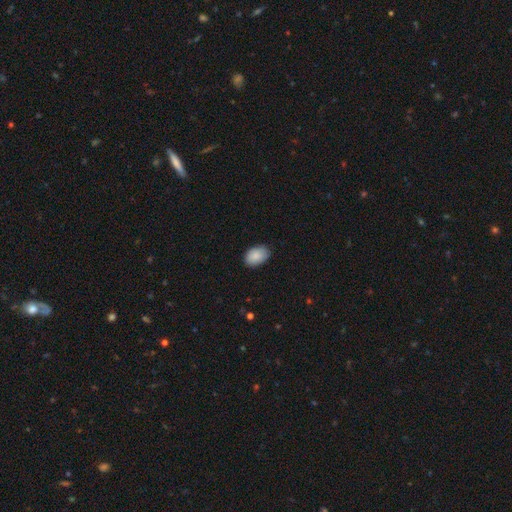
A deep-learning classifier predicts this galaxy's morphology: smooth_or_featured: smooth (p=0.88) [alt: star or artifact p=0.06]
how_rounded: in between (p=0.86) [alt: round p=0.13]
merging: none (p=0.82) [alt: minor disturbance p=0.15]